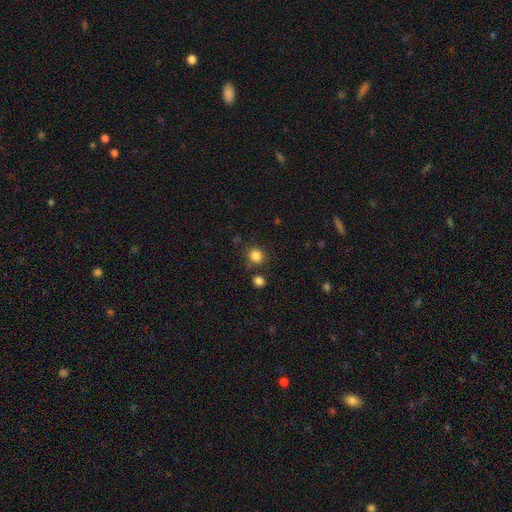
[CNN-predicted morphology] smooth_or_featured: smooth (p=0.84) [alt: star or artifact p=0.12]
how_rounded: round (p=0.89) [alt: in between p=0.11]
merging: none (p=0.82) [alt: minor disturbance p=0.09]